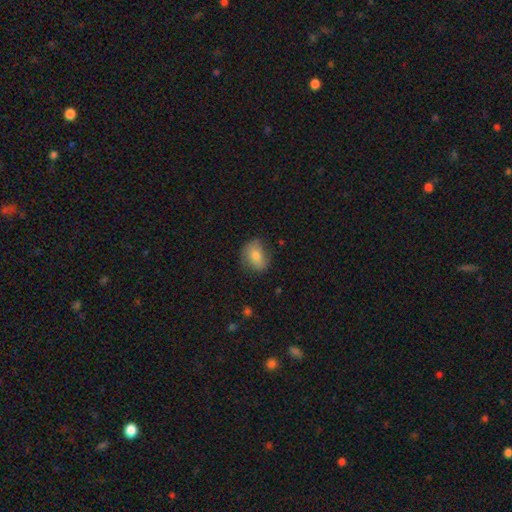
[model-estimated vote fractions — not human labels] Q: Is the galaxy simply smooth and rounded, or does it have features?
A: smooth — 73%.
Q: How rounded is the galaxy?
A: in between — 66%.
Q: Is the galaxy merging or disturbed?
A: none — 73%.